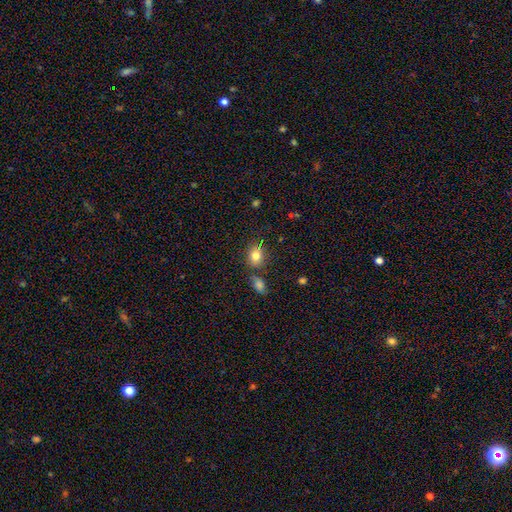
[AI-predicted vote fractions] A smooth galaxy with no disk features (79%) that is round (55%).

Vote fractions:
- Smooth or featured? smooth: 79% / star or artifact: 12% / featured or disk: 9%
- How rounded? round: 55% / in between: 44% / cigar-shaped: 1%
- Merging? none: 74% / minor disturbance: 13% / merger: 9% / major disturbance: 4%